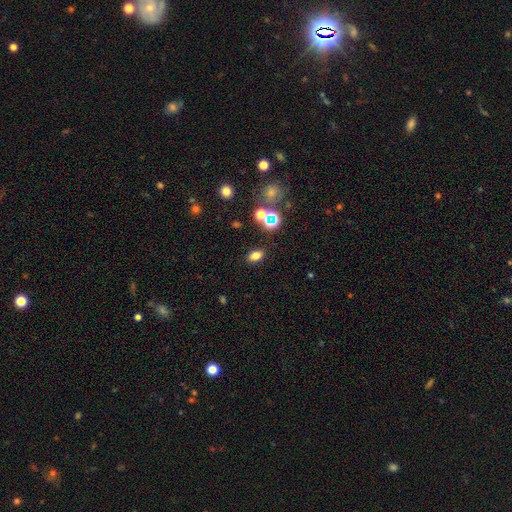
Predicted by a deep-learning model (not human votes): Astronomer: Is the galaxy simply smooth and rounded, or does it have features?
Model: smooth — 72%.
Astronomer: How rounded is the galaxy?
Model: in between — 79%.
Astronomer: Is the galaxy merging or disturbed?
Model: none — 84%.